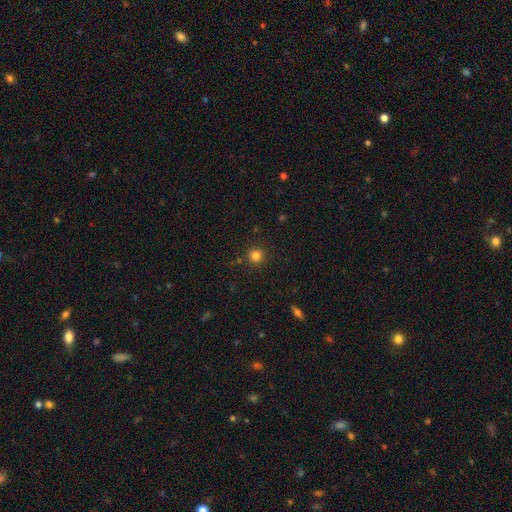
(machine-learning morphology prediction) Q: Smooth or featured?
A: smooth (81%); runner-up: star or artifact (14%)
Q: How rounded?
A: round (94%); runner-up: in between (5%)
Q: Merging?
A: none (89%); runner-up: minor disturbance (6%)